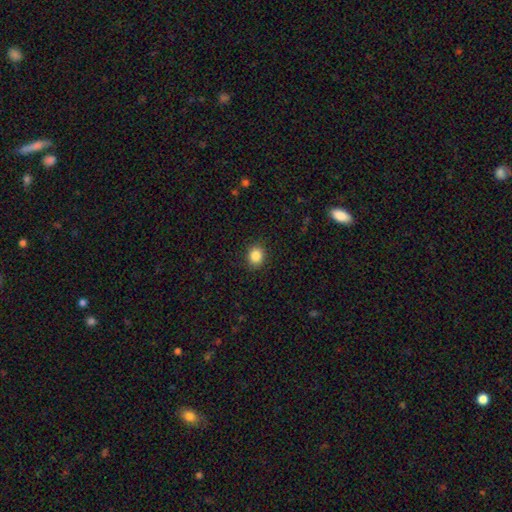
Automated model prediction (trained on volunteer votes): Smooth or featured: smooth — 86% (star or artifact — 10%)
How rounded: round — 67% (in between — 32%)
Merging: none — 89% (minor disturbance — 8%)